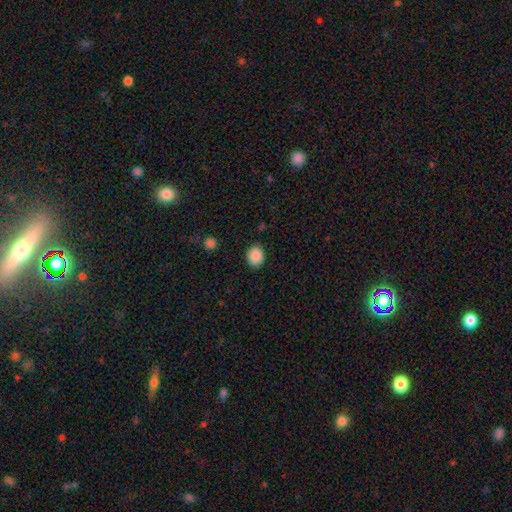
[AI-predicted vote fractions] smooth_or_featured: smooth (p=0.89) [alt: star or artifact p=0.08]
how_rounded: round (p=0.54) [alt: in between p=0.45]
merging: none (p=0.86) [alt: minor disturbance p=0.10]